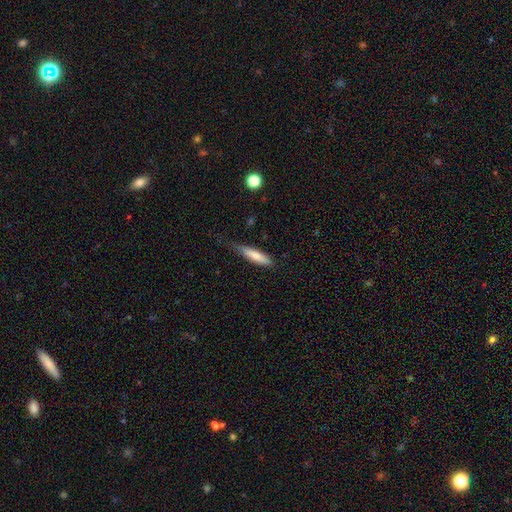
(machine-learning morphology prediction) type=smooth (73%); roundness=cigar-shaped (80%); merging=none (63%).